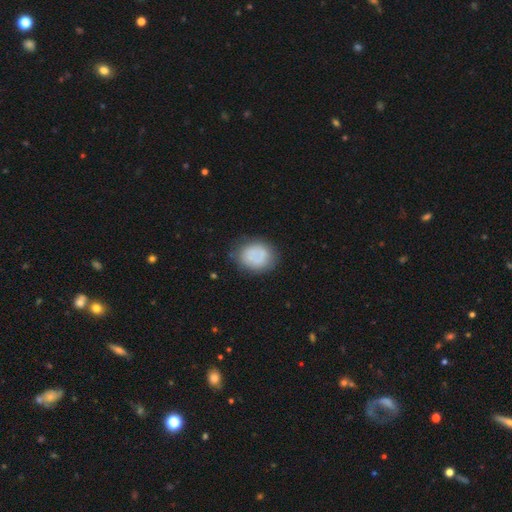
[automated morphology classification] smooth 72%, featured or disk 20%, star or artifact 8%. Down the decision tree: how rounded — round (66%); merging — none (70%).